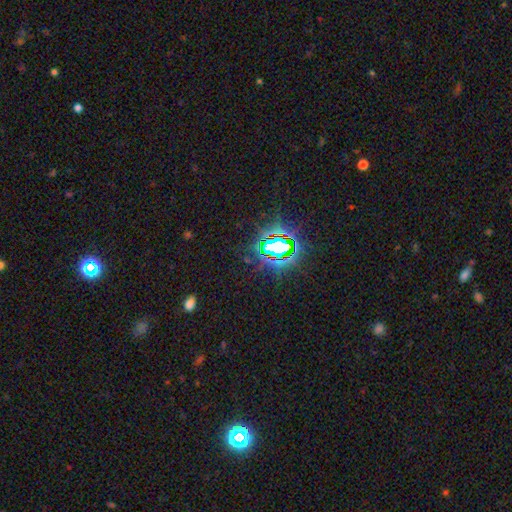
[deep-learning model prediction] star or artifact 80%, smooth 13%, featured or disk 7%.